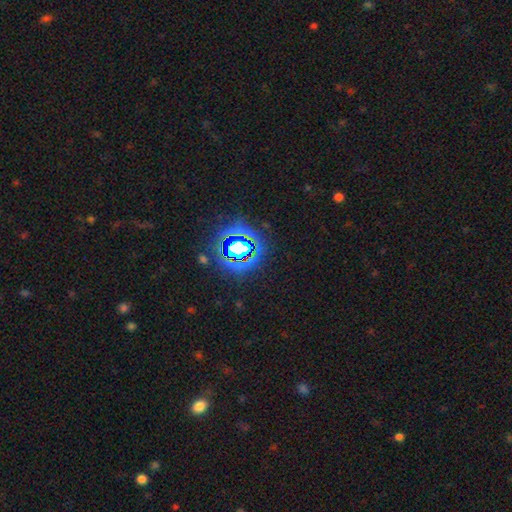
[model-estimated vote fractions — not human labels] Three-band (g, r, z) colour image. It shows a star or artifact, not a galaxy (83%).